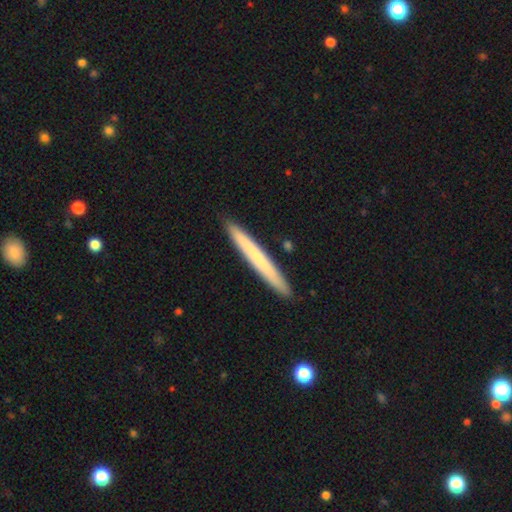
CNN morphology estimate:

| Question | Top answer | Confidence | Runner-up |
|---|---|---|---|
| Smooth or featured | smooth | 66% | featured or disk (29%) |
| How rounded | cigar-shaped | 97% | in between (2%) |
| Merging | none | 92% | minor disturbance (5%) |